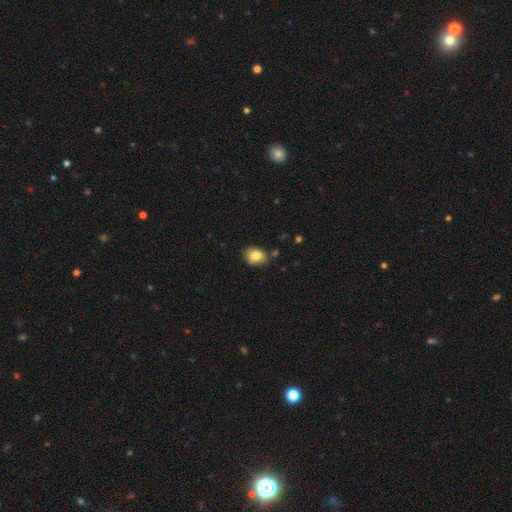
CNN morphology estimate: This is clearly a smooth galaxy (81%). How rounded: likely in between (70%). Merging: likely none (75%).